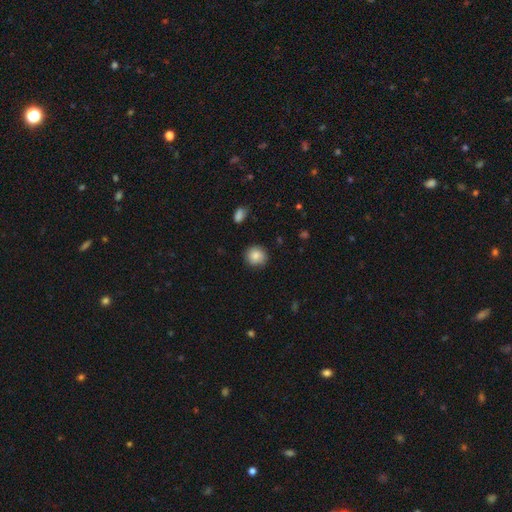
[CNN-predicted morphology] This appears to be a smooth galaxy with no disk features (83%) that is round (88%). Merging: none (84%).